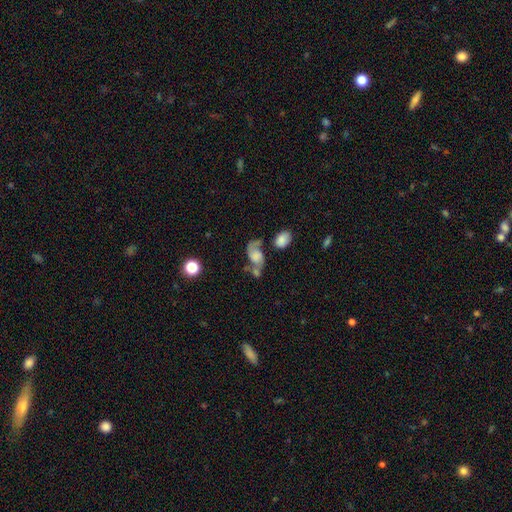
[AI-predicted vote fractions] smooth-or-featured: featured or disk: 61% | smooth: 29% | star or artifact: 10%
  disk-edge-on: no: 96% | yes: 4%
    bar: no: 69% | weak: 25% | strong: 6%
    has-spiral-arms: yes: 87% | no: 13%
      spiral-winding: loose: 61% | medium: 30% | tight: 9%
      spiral-arm-count: 2: 84% | 1: 9% | can't tell: 5% | 3: 1% | 4: 1% | more than 4: 1%
    bulge-size: none: 37% | moderate: 19% | large: 19% | small: 19% | dominant: 5%
  merging: none: 34% | merger: 30% | minor disturbance: 19% | major disturbance: 18%